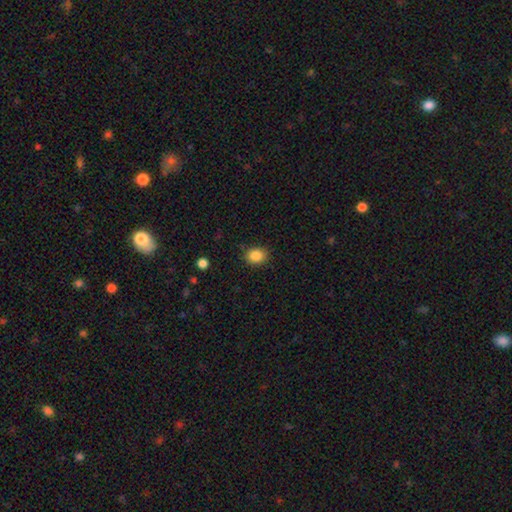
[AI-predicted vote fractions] Smooth or featured? smooth (87%)
How rounded? round (52%)
Merging? none (87%)